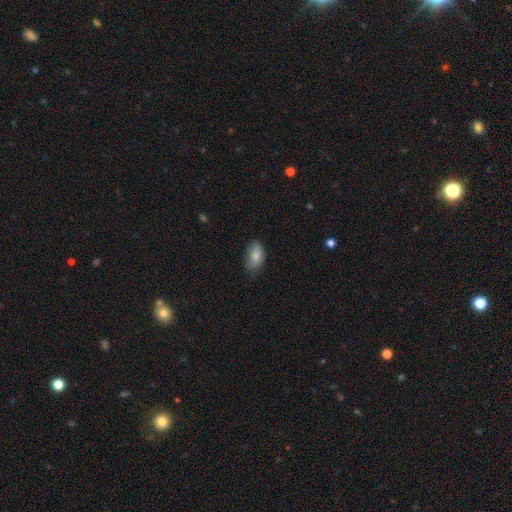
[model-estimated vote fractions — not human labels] A smooth galaxy with no disk features (82%) that is in between round and cigar-shaped (92%). Merging: none (68%).